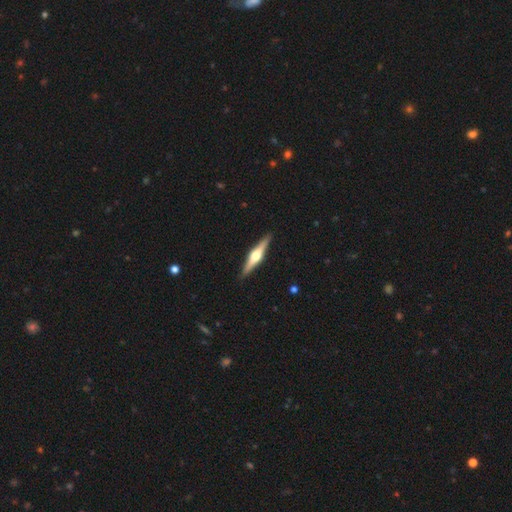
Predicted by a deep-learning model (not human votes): Smooth or featured: featured or disk — 75% (smooth — 21%)
Edge-on disk: yes — 98% (no — 2%)
Edge-on bulge: rounded — 94% (boxy — 4%)
Merging: none — 91% (minor disturbance — 6%)